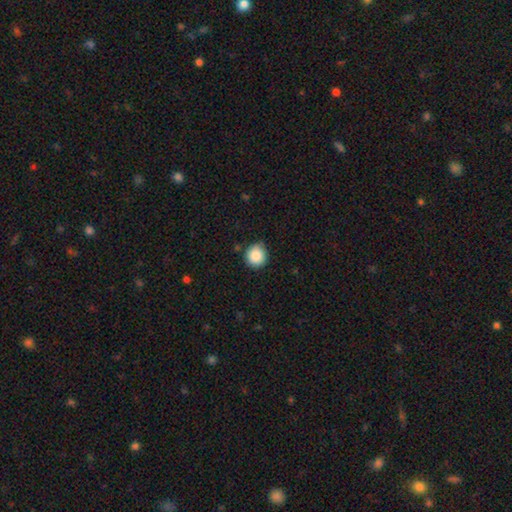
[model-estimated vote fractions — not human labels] This is clearly a smooth galaxy (87%). How rounded: clearly round (91%). Merging: likely none (80%).